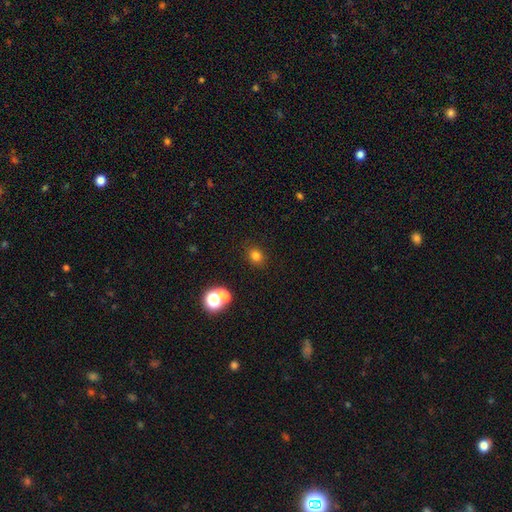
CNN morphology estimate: The model was most divided on "how rounded": round: 68%, in between: 31%, cigar-shaped: 1%. More confident: merging — none (85%); smooth or featured — smooth (76%).